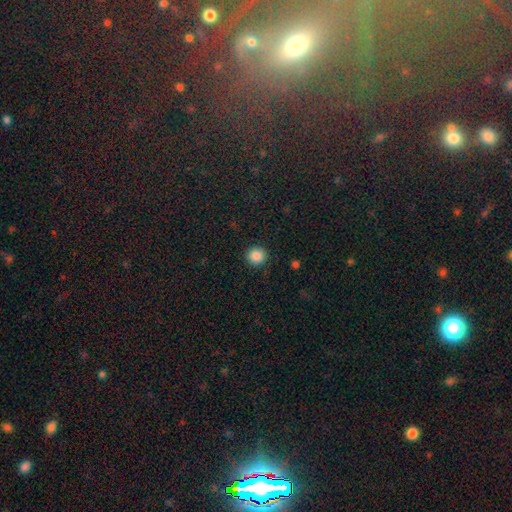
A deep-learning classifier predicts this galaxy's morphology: Smooth or featured?
  - smooth: 87% *
  - star or artifact: 10%
  - featured or disk: 3%
How rounded?
  - round: 91% *
  - in between: 8%
  - cigar-shaped: 1%
Merging?
  - none: 90% *
  - minor disturbance: 6%
  - major disturbance: 2%
  - merger: 1%